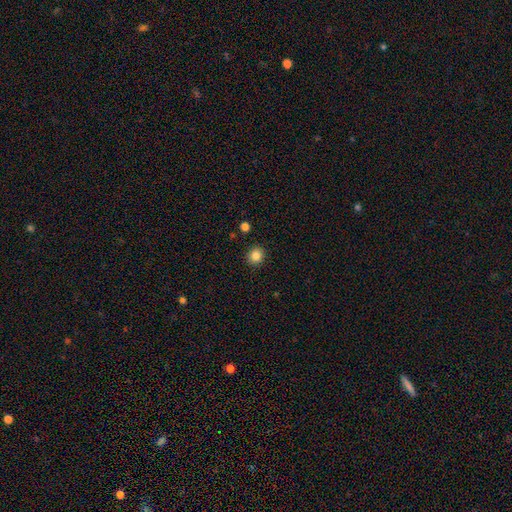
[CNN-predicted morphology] smooth 85%, star or artifact 11%, featured or disk 4%. Down the decision tree: how rounded — round (85%); merging — none (91%).